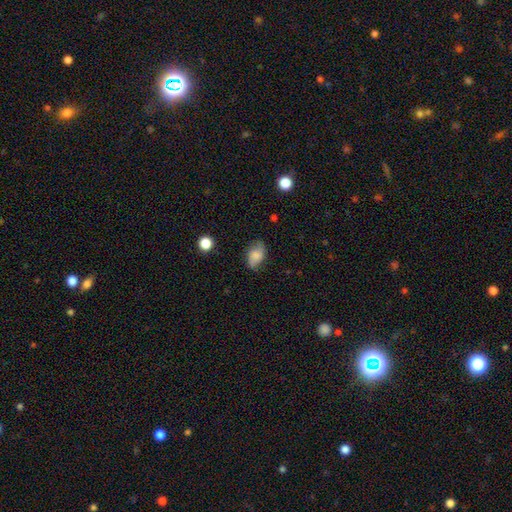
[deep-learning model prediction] Q: Smooth or featured?
A: smooth (69%); runner-up: featured or disk (22%)
Q: How rounded?
A: in between (85%); runner-up: round (13%)
Q: Merging?
A: none (66%); runner-up: minor disturbance (26%)